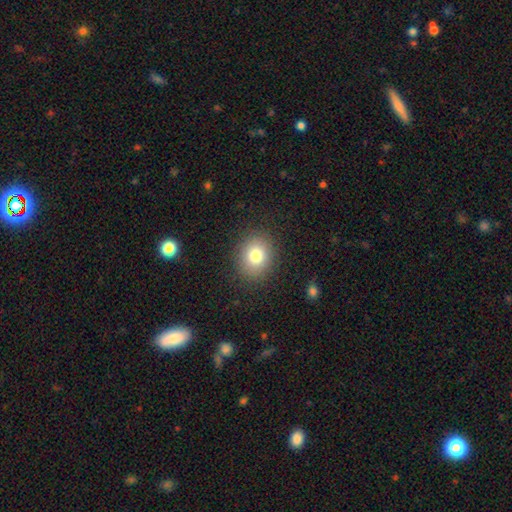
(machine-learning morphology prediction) The model was most divided on "how rounded": round: 65%, in between: 34%, cigar-shaped: 1%. More confident: merging — none (87%); smooth or featured — smooth (79%).